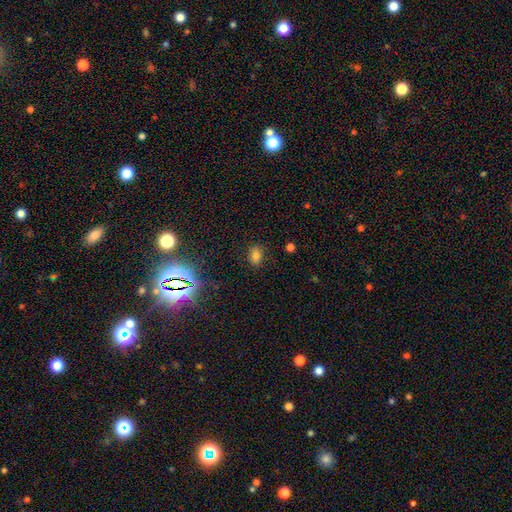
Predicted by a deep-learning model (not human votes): Smooth or featured?
  - smooth: 75% *
  - star or artifact: 17%
  - featured or disk: 8%
How rounded?
  - in between: 73% *
  - round: 25%
  - cigar-shaped: 1%
Merging?
  - none: 84% *
  - minor disturbance: 11%
  - major disturbance: 3%
  - merger: 2%